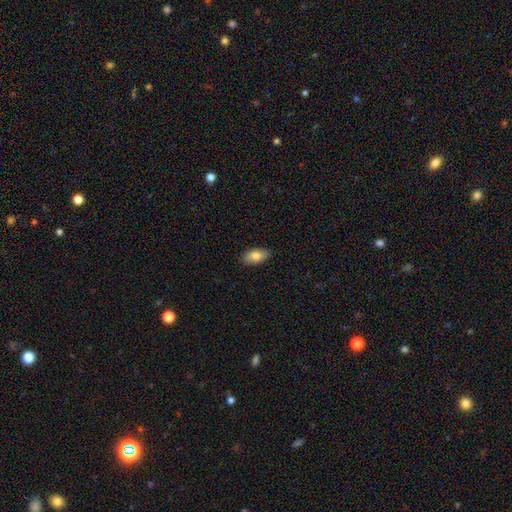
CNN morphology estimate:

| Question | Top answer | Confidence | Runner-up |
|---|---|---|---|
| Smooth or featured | smooth | 82% | featured or disk (11%) |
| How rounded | in between | 93% | cigar-shaped (4%) |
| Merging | none | 88% | minor disturbance (9%) |